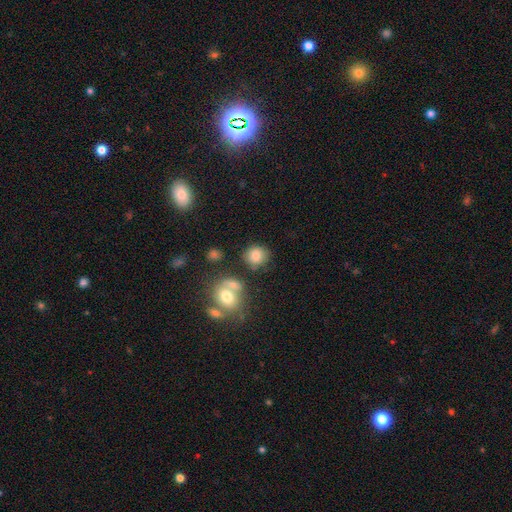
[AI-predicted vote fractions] Q: Smooth or featured?
A: smooth (81%); runner-up: star or artifact (11%)
Q: How rounded?
A: round (80%); runner-up: in between (19%)
Q: Merging?
A: none (73%); runner-up: minor disturbance (12%)